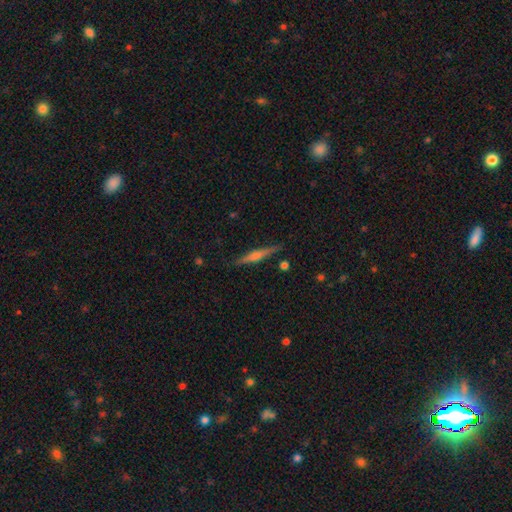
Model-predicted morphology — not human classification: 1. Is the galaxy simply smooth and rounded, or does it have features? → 66% featured or disk, 28% smooth, 7% star or artifact.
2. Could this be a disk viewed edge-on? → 98% yes, 2% no.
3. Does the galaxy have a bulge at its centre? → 71% rounded, 15% none, 14% boxy.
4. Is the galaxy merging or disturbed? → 89% none, 8% minor disturbance, 2% major disturbance, 1% merger.